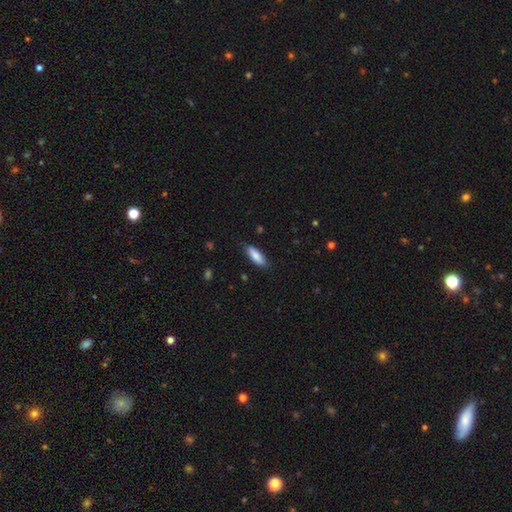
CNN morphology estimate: This appears to be a smooth galaxy with no disk features (83%) that is in between round and cigar-shaped (58%). Merging: none (82%).